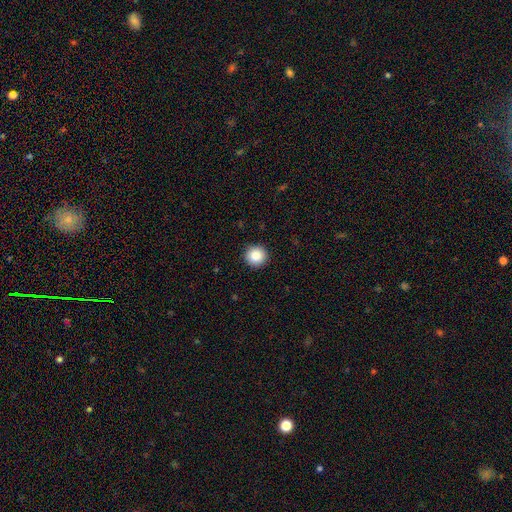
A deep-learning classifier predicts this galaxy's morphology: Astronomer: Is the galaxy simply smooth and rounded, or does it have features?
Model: smooth — 86%.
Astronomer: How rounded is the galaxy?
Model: round — 96%.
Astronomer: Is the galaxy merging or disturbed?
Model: none — 92%.